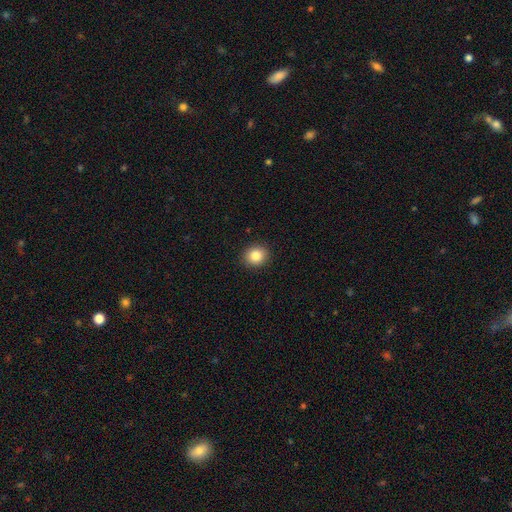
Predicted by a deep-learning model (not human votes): This appears to be a smooth galaxy with no disk features (84%) that is round (81%). Merging: none (92%).